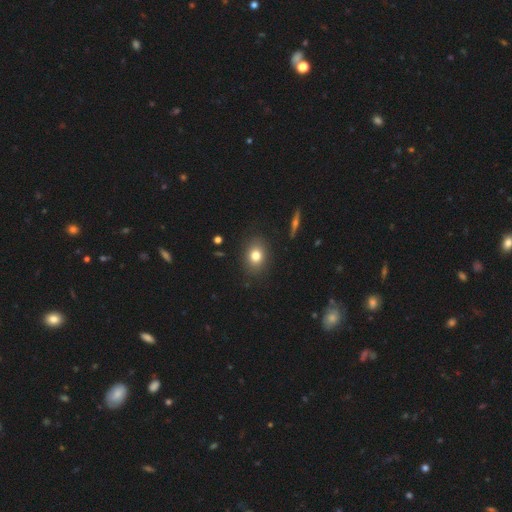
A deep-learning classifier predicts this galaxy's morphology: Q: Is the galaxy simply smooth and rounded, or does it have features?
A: smooth — 78%.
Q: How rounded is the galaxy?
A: in between — 56%.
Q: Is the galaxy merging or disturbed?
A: none — 88%.